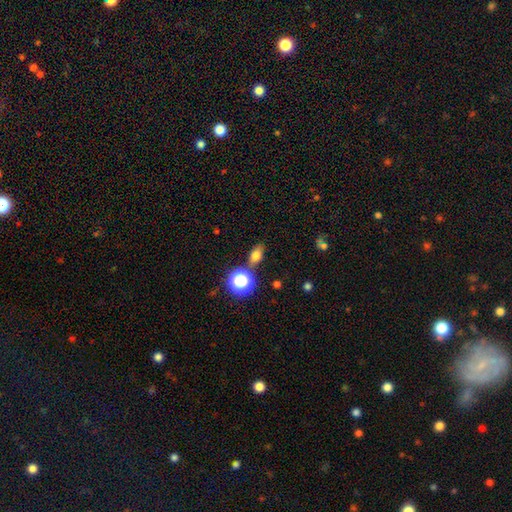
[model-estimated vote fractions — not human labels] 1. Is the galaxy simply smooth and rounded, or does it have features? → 71% smooth, 18% star or artifact, 11% featured or disk.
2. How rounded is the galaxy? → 71% in between, 23% round, 5% cigar-shaped.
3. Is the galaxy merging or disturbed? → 76% none, 12% minor disturbance, 8% merger, 4% major disturbance.